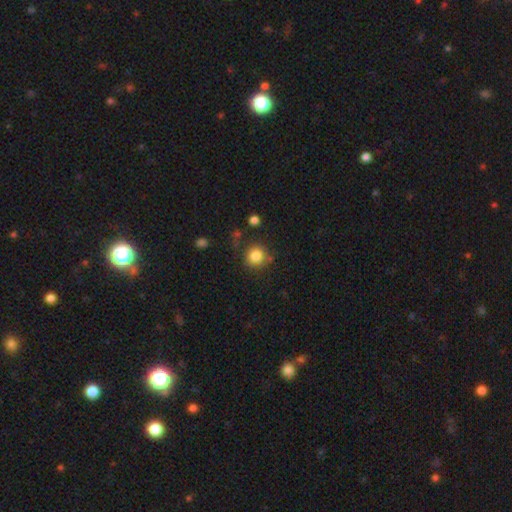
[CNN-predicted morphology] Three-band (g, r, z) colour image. It shows a smooth galaxy with no disk features (83%) that is round (90%). Merging: none (79%).